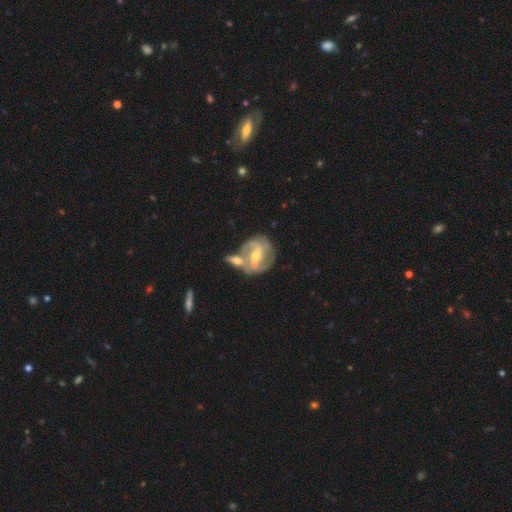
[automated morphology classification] Smooth or featured? Predicted: featured or disk (p=0.85). Edge-on disk? Predicted: no (p=0.96). Bar? Predicted: strong (p=0.41). Spiral arms? Predicted: yes (p=0.92). Spiral winding? Predicted: medium (p=0.49). Spiral arm count? Predicted: 2 (p=0.66). Bulge size? Predicted: moderate (p=0.49). Merging? Predicted: merger (p=0.43).